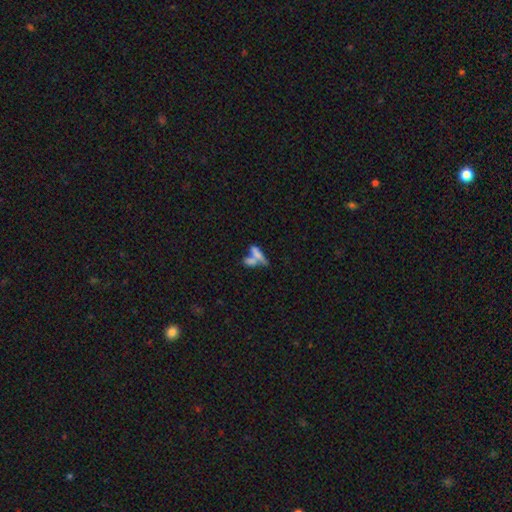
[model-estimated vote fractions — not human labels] A smooth galaxy with no disk features (62%) that is cigar-shaped (48%). Merging: merger (62%).